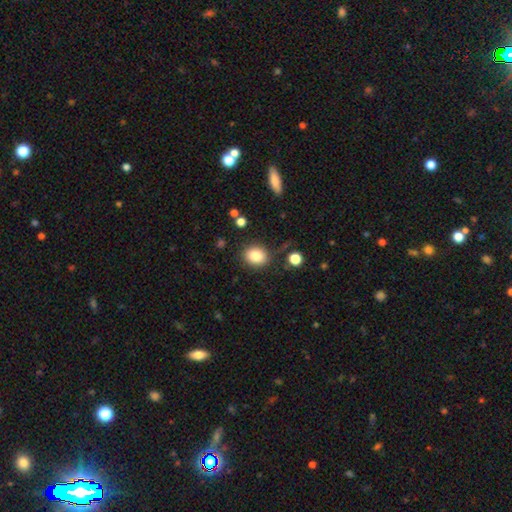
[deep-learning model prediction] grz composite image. It shows a smooth galaxy with no disk features (84%) that is round (61%). Merging: none (81%).